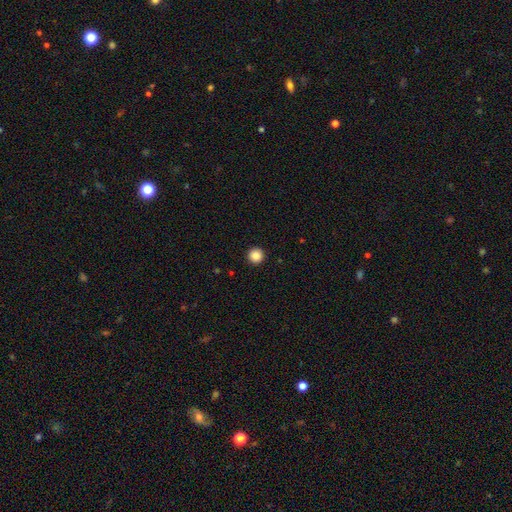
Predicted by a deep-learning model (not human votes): Overall: smooth (88%). How rounded: round (96%). Merging: none (94%).